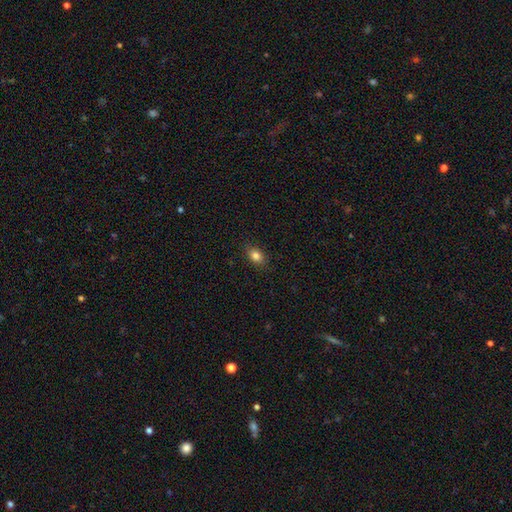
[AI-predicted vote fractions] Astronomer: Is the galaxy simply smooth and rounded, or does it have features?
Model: smooth — 84%.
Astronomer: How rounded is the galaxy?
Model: in between — 76%.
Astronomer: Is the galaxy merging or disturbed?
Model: none — 87%.